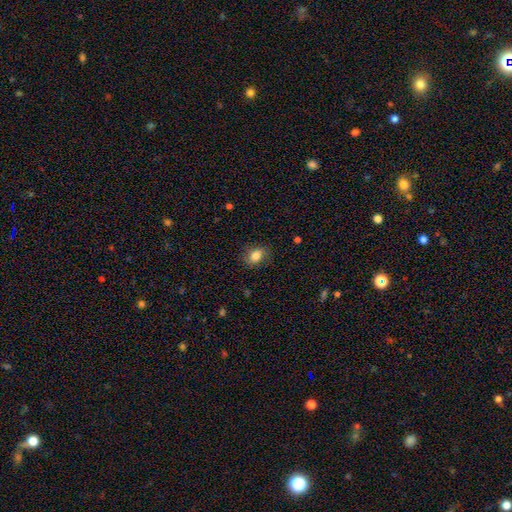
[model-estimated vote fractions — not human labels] A smooth galaxy with no disk features (82%) that is in between round and cigar-shaped (71%).

Vote fractions:
- Smooth or featured? smooth: 82% / featured or disk: 9% / star or artifact: 9%
- How rounded? in between: 71% / round: 27% / cigar-shaped: 2%
- Merging? none: 79% / minor disturbance: 15% / major disturbance: 4% / merger: 1%